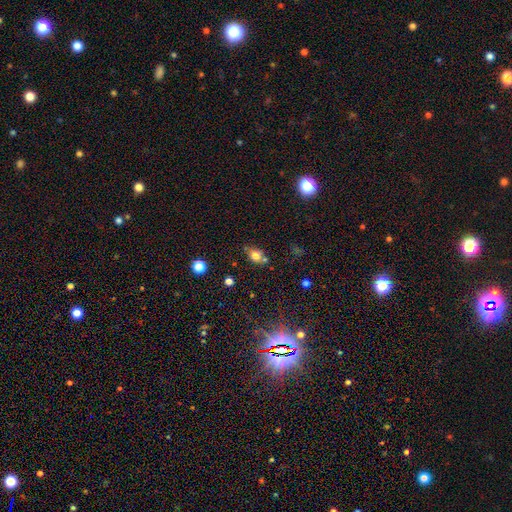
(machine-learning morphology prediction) A smooth galaxy with no disk features (73%) that is round (56%). Merging: none (61%).